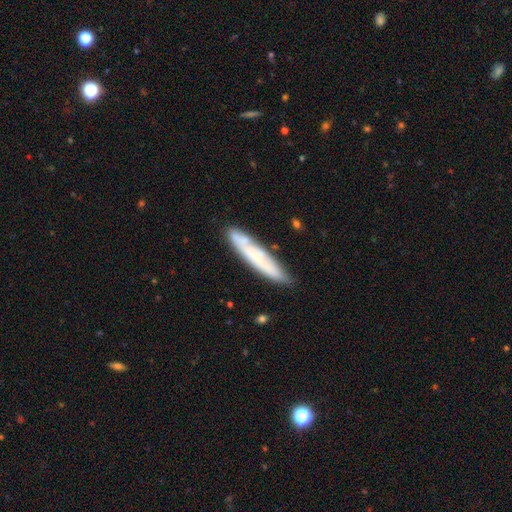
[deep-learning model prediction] smooth_or_featured: smooth (p=0.52) [alt: featured or disk p=0.41]
how_rounded: cigar-shaped (p=0.89) [alt: in between p=0.10]
merging: none (p=0.81) [alt: minor disturbance p=0.14]